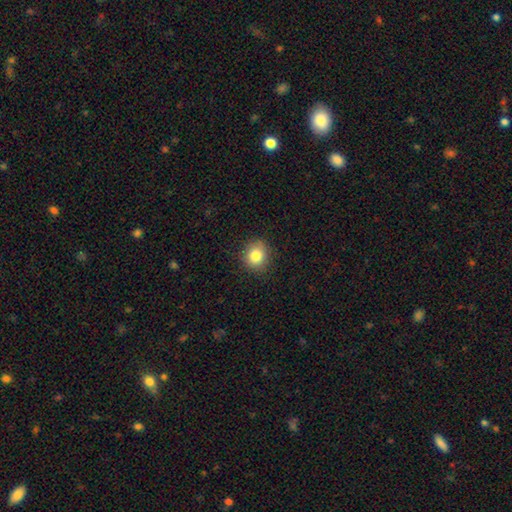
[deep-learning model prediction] Overall: smooth (83%). How rounded: round (79%). Merging: none (87%).